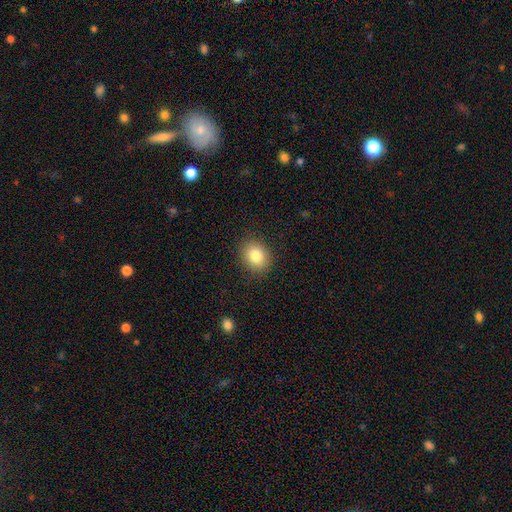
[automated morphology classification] Q: Smooth or featured?
A: smooth (83%); runner-up: star or artifact (9%)
Q: How rounded?
A: round (55%); runner-up: in between (44%)
Q: Merging?
A: none (88%); runner-up: minor disturbance (8%)